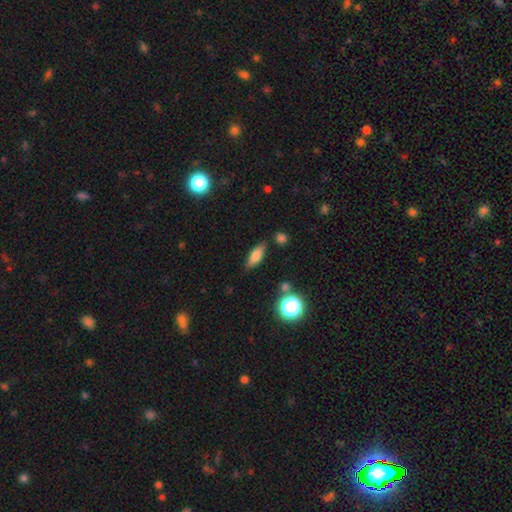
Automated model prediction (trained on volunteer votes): Q: Smooth or featured?
A: smooth (72%); runner-up: featured or disk (18%)
Q: How rounded?
A: in between (60%); runner-up: cigar-shaped (36%)
Q: Merging?
A: none (81%); runner-up: minor disturbance (13%)